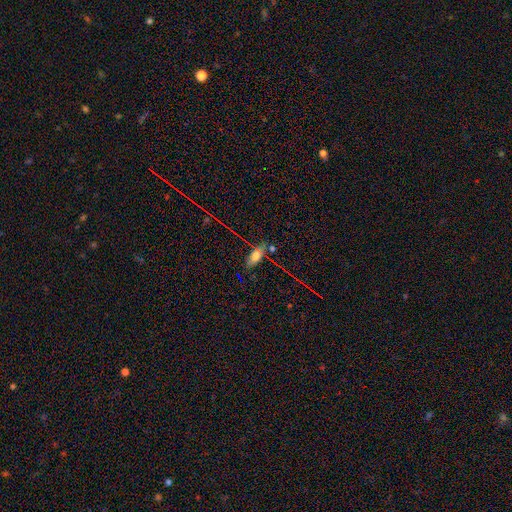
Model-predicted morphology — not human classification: smooth_or_featured: smooth (p=0.61) [alt: star or artifact p=0.21]
how_rounded: in between (p=0.80) [alt: cigar-shaped p=0.15]
merging: none (p=0.72) [alt: minor disturbance p=0.17]